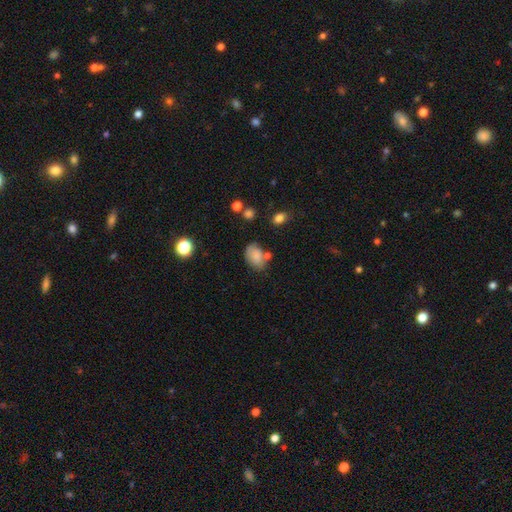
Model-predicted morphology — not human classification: A smooth galaxy with no disk features (79%) that is in between round and cigar-shaped (84%).

Vote fractions:
- Smooth or featured? smooth: 79% / featured or disk: 12% / star or artifact: 9%
- How rounded? in between: 84% / round: 15% / cigar-shaped: 1%
- Merging? none: 59% / minor disturbance: 23% / merger: 11% / major disturbance: 7%